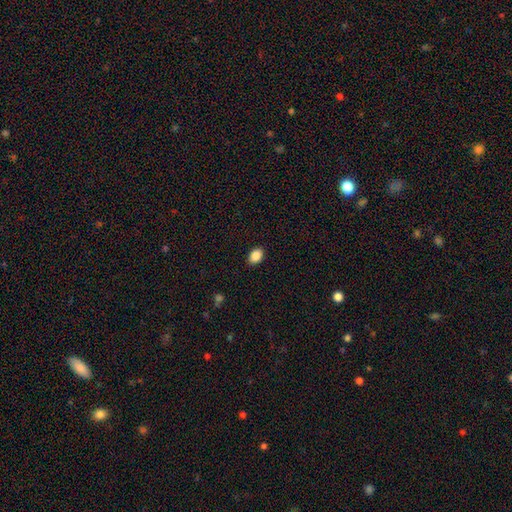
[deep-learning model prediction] Overall: smooth (87%). How rounded: in between (83%). Merging: none (89%).